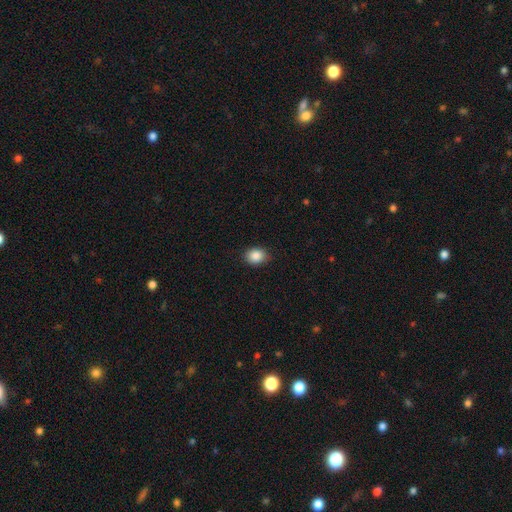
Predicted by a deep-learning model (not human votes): Overall: smooth (88%). How rounded: in between (54%; round 45%). Merging: none (87%).